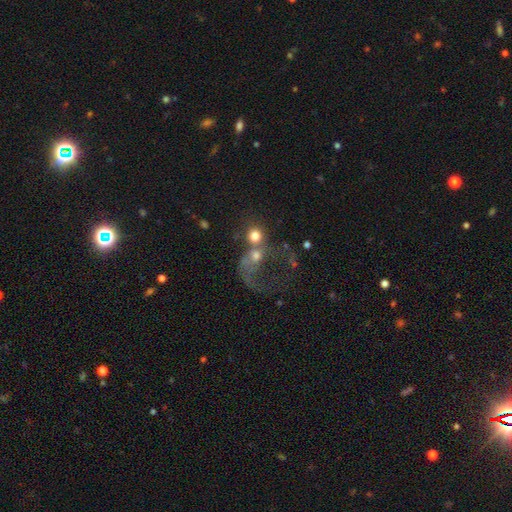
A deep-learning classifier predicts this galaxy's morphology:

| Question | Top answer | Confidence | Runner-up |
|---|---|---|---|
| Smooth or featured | smooth | 50% | featured or disk (35%) |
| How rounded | round | 74% | in between (25%) |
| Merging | merger | 55% | major disturbance (21%) |